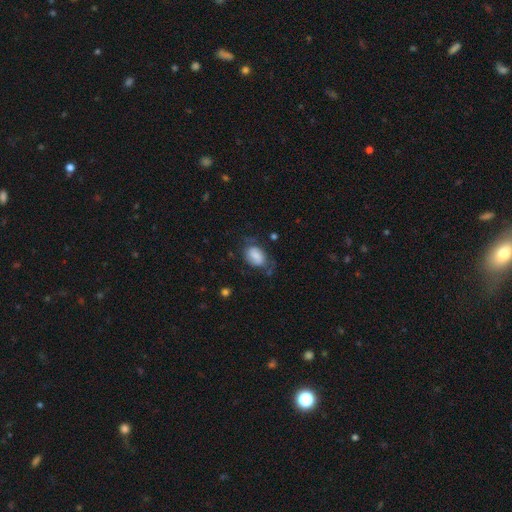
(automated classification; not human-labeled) smooth 62%, featured or disk 29%, star or artifact 8%. Down the decision tree: how rounded — in between (80%); merging — none (48%).